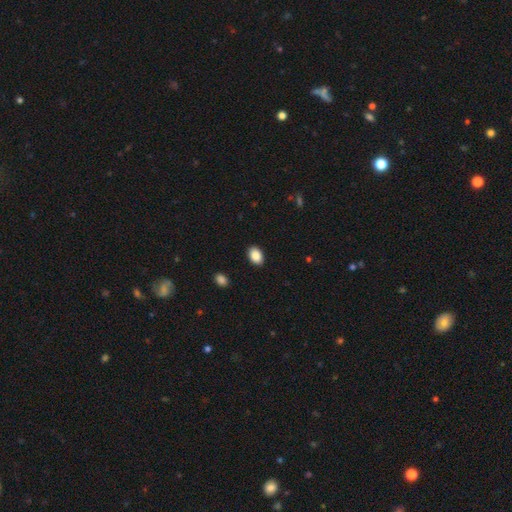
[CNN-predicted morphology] The model was most divided on "how rounded": in between: 84%, round: 14%, cigar-shaped: 1%. More confident: merging — none (90%); smooth or featured — smooth (88%).